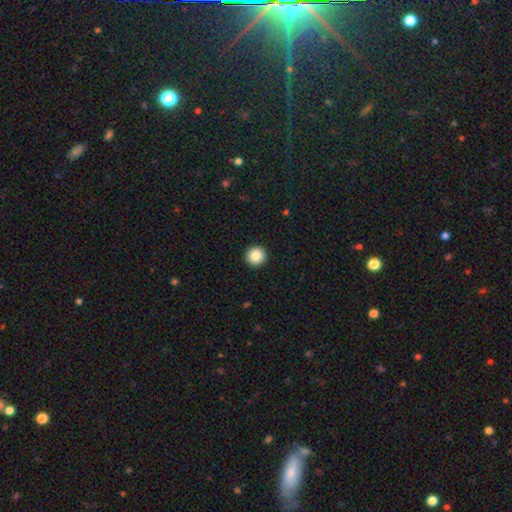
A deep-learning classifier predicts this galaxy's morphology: A smooth galaxy with no disk features (86%) that is round (95%). Merging: none (94%).